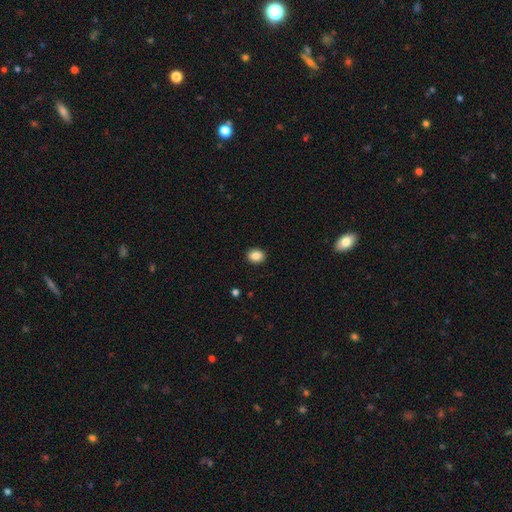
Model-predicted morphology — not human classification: This is clearly a smooth galaxy (87%). How rounded: possibly round (51%). Merging: clearly none (91%).